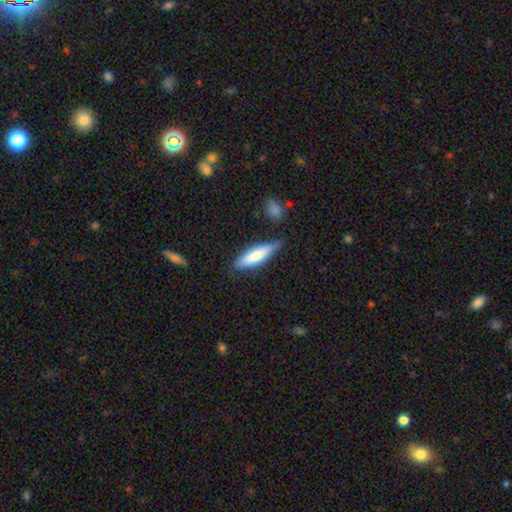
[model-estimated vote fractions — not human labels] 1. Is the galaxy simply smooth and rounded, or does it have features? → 71% smooth, 23% featured or disk, 6% star or artifact.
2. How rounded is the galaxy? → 64% cigar-shaped, 35% in between, 1% round.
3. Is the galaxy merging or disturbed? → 70% none, 21% minor disturbance, 4% major disturbance, 4% merger.